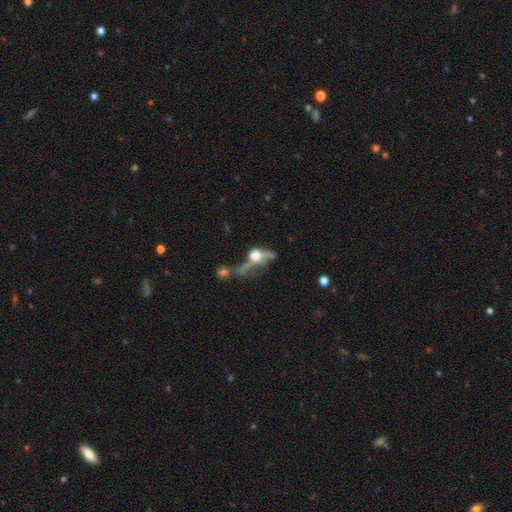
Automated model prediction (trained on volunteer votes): Smooth or featured? Predicted: featured or disk (p=0.44). Merging? Predicted: major disturbance (p=0.32).